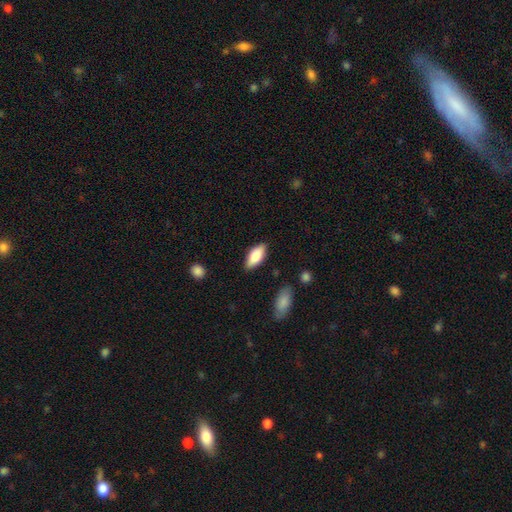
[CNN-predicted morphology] smooth_or_featured: smooth (p=0.77) [alt: featured or disk p=0.17]
how_rounded: in between (p=0.83) [alt: cigar-shaped p=0.15]
merging: none (p=0.85) [alt: minor disturbance p=0.11]